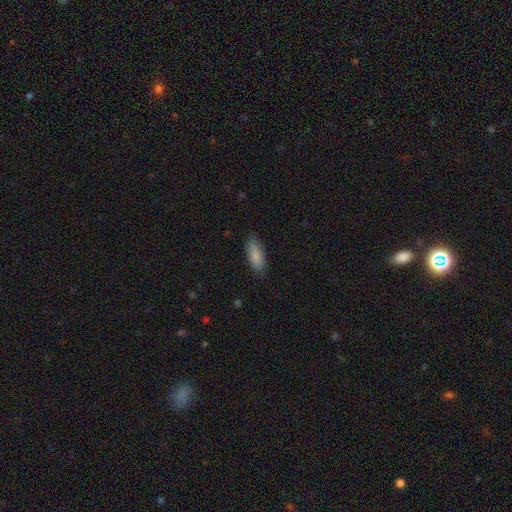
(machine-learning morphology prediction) type=smooth (88%); roundness=in between (73%); merging=none (83%).